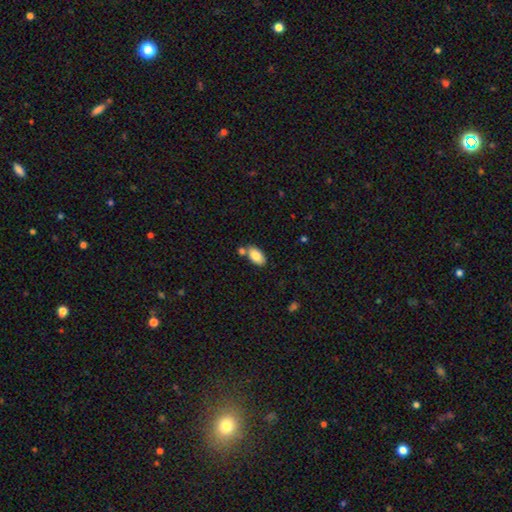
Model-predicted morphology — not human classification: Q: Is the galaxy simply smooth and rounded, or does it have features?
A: smooth — 82%.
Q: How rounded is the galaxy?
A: in between — 94%.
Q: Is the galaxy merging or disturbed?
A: none — 67%.